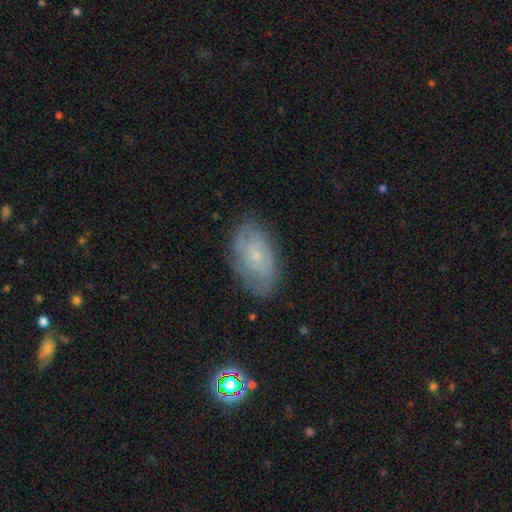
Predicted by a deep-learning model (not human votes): Overall: featured or disk (66%). Edge-on disk: no (95%). Bar: no (79%). Spiral arms: yes (82%). Spiral arm count: can't tell (51%; 2 26%). Spiral winding: tight (60%; medium 30%). Bulge size: small (80%). Merging: none (72%).